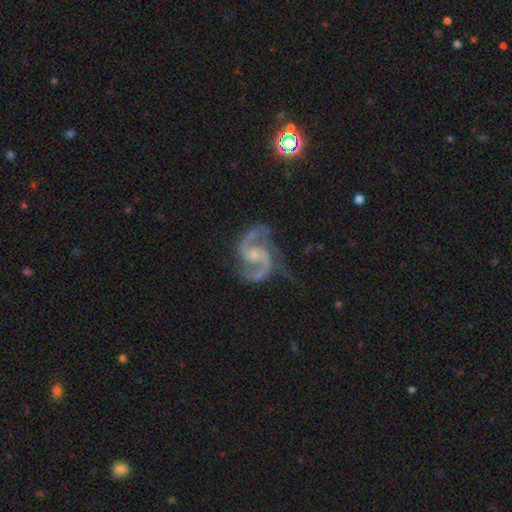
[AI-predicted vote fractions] Smooth or featured? featured or disk (93%)
Edge-on disk? no (98%)
Bar? no (55%)
Spiral arms? yes (99%)
Spiral winding? medium (66%)
Spiral arm count? 2 (91%)
Bulge size? small (64%)
Merging? none (69%)